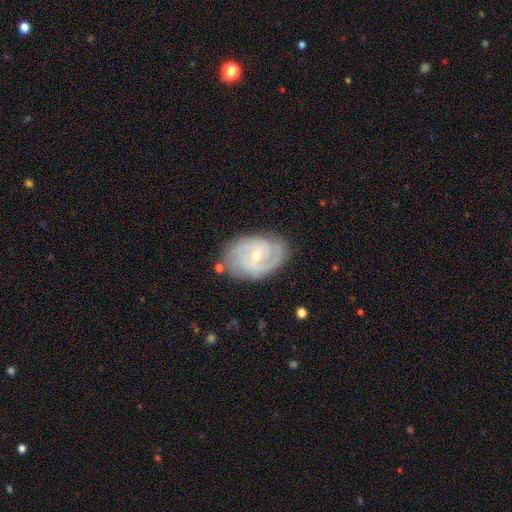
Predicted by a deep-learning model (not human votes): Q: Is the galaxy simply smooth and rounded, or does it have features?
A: featured or disk — 85%.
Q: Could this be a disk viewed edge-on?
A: no — 97%.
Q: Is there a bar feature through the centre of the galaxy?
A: weak — 46%.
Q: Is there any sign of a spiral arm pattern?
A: yes — 95%.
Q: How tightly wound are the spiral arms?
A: tight — 56%.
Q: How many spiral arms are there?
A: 2 — 52%.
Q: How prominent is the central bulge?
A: small — 62%.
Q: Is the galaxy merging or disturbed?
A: none — 78%.